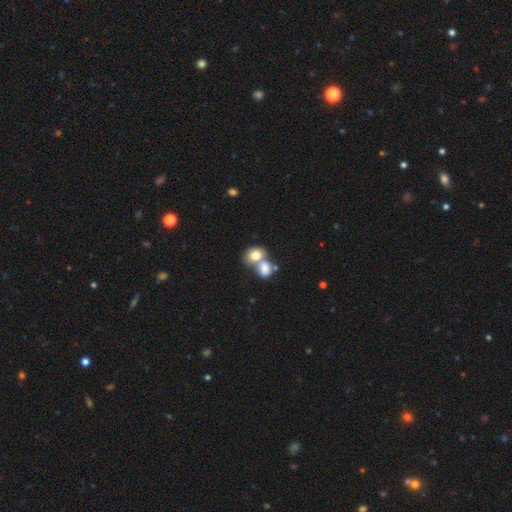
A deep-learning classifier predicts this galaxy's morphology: This is likely a smooth galaxy (77%). How rounded: possibly in between (51%). Merging: likely merger (66%).